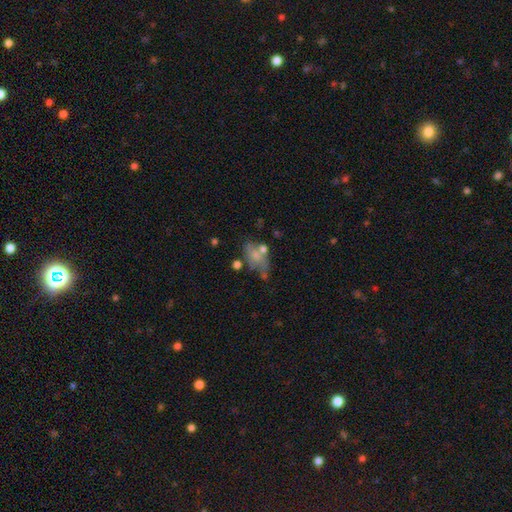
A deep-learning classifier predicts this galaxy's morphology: Smooth or featured?
  - smooth: 54% *
  - featured or disk: 35%
  - star or artifact: 11%
How rounded?
  - in between: 84% *
  - round: 12%
  - cigar-shaped: 4%
Merging?
  - none: 32% *
  - minor disturbance: 25%
  - major disturbance: 22%
  - merger: 21%